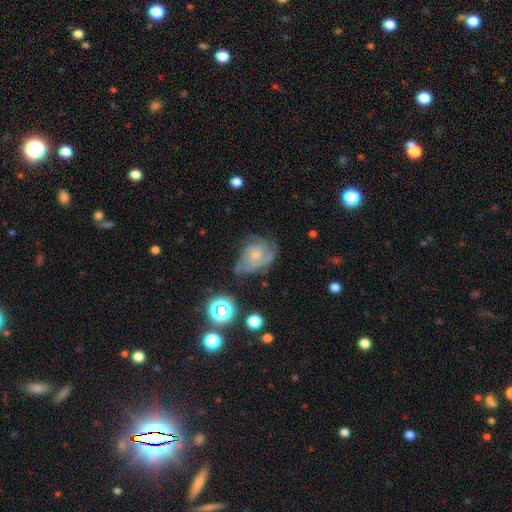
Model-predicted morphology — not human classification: Smooth or featured?
  - featured or disk: 66% *
  - smooth: 23%
  - star or artifact: 11%
Edge-on disk?
  - no: 97% *
  - yes: 3%
Bar?
  - no: 78% *
  - weak: 19%
  - strong: 3%
Spiral arms?
  - yes: 87% *
  - no: 13%
Spiral winding?
  - tight: 47% *
  - medium: 39%
  - loose: 15%
Spiral arm count?
  - can't tell: 34% *
  - 2: 25%
  - 3: 25%
  - 1: 6%
  - 4: 6%
  - more than 4: 4%
Bulge size?
  - small: 62% *
  - moderate: 29%
  - none: 6%
  - large: 2%
  - dominant: 1%
Merging?
  - none: 45% *
  - minor disturbance: 30%
  - major disturbance: 21%
  - merger: 4%